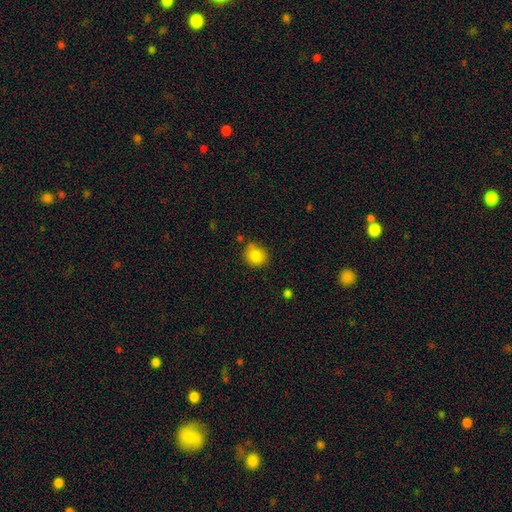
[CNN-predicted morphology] smooth_or_featured: smooth (p=0.84) [alt: star or artifact p=0.10]
how_rounded: round (p=0.80) [alt: in between p=0.19]
merging: none (p=0.71) [alt: minor disturbance p=0.20]